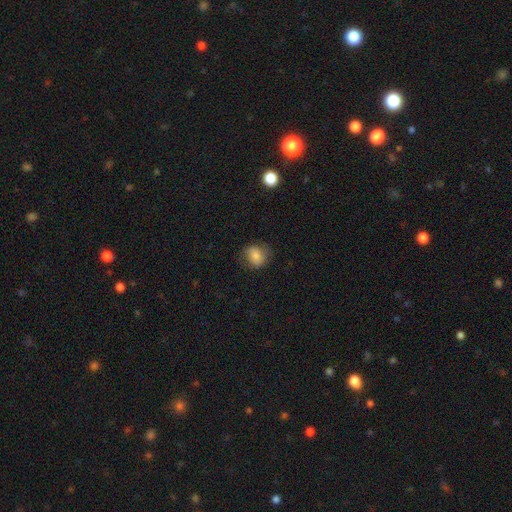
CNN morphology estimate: This appears to be a smooth galaxy with no disk features (78%) that is round (61%). Merging: none (71%).